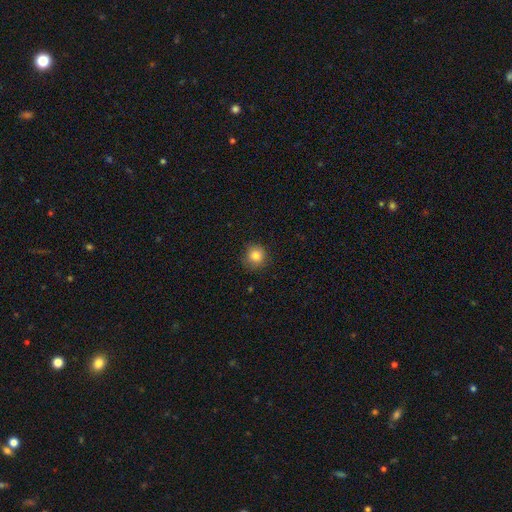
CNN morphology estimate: This appears to be a smooth galaxy with no disk features (82%) that is round (93%). Merging: none (86%).